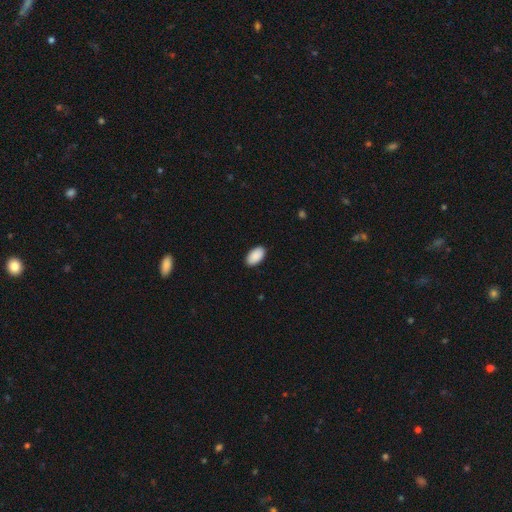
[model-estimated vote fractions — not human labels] Morphology: type=smooth (91%); roundness=in between (96%); merging=none (89%).